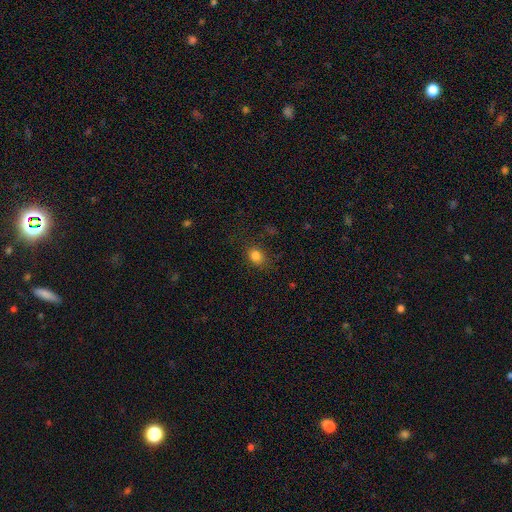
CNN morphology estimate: Smooth or featured? smooth (82%)
How rounded? round (56%)
Merging? none (79%)